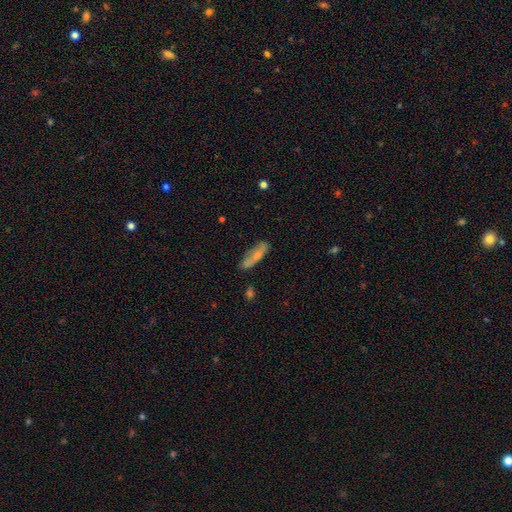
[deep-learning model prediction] A smooth galaxy with no disk features (58%) that is cigar-shaped (60%). Merging: none (72%).